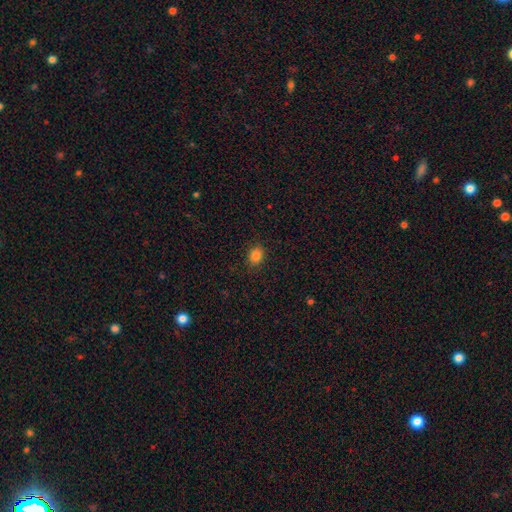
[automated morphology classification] A smooth galaxy with no disk features (84%) that is in between round and cigar-shaped (52%).

Vote fractions:
- Smooth or featured? smooth: 84% / star or artifact: 11% / featured or disk: 5%
- How rounded? in between: 52% / round: 47% / cigar-shaped: 1%
- Merging? none: 88% / minor disturbance: 8% / major disturbance: 2% / merger: 1%